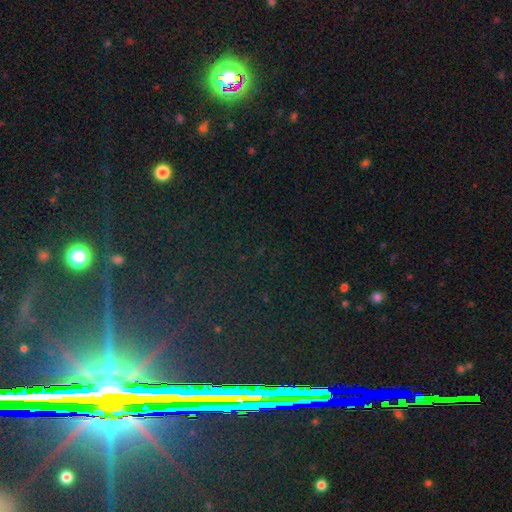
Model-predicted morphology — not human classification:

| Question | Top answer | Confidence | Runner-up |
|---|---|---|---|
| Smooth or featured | star or artifact | 78% | featured or disk (12%) |